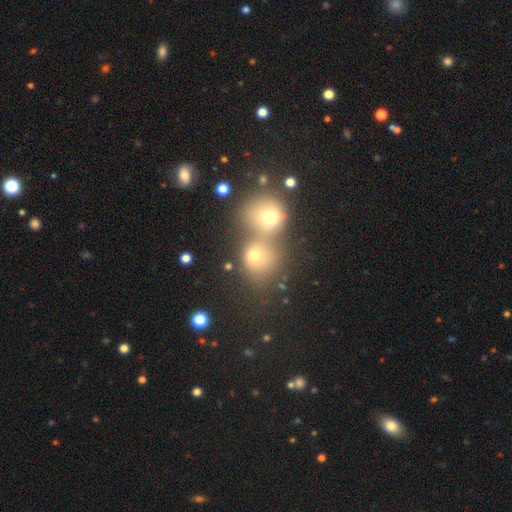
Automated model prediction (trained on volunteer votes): A smooth galaxy with no disk features (70%) that is round (76%).

Vote fractions:
- Smooth or featured? smooth: 70% / star or artifact: 17% / featured or disk: 13%
- How rounded? round: 76% / in between: 22% / cigar-shaped: 1%
- Merging? merger: 63% / none: 27% / minor disturbance: 6% / major disturbance: 5%